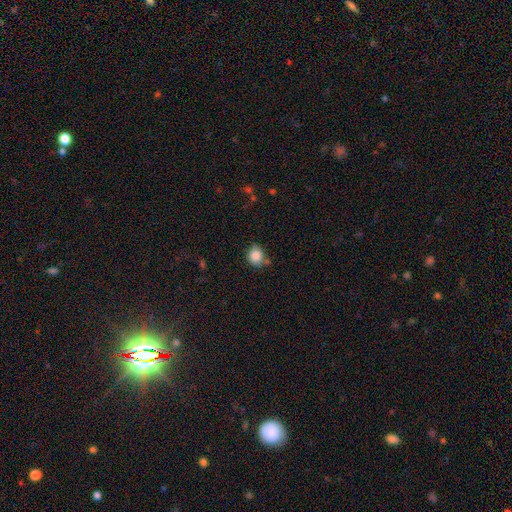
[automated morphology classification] smooth_or_featured: smooth (p=0.85) [alt: star or artifact p=0.09]
how_rounded: round (p=0.75) [alt: in between p=0.24]
merging: none (p=0.63) [alt: minor disturbance p=0.25]